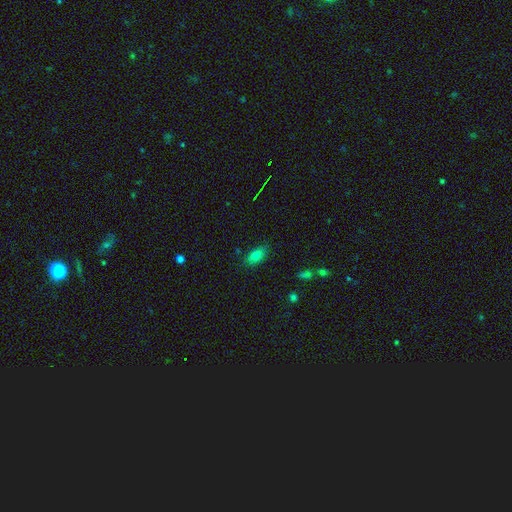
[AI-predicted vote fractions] This is likely a smooth galaxy (76%). How rounded: clearly in between (86%). Merging: clearly none (81%).